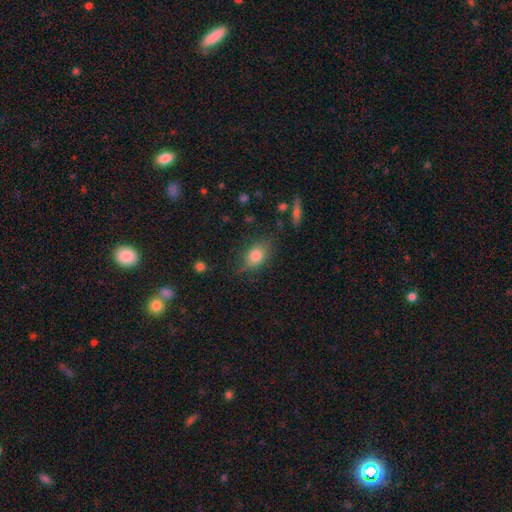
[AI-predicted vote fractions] This is likely a smooth galaxy (79%). How rounded: likely in between (74%). Merging: likely none (67%).